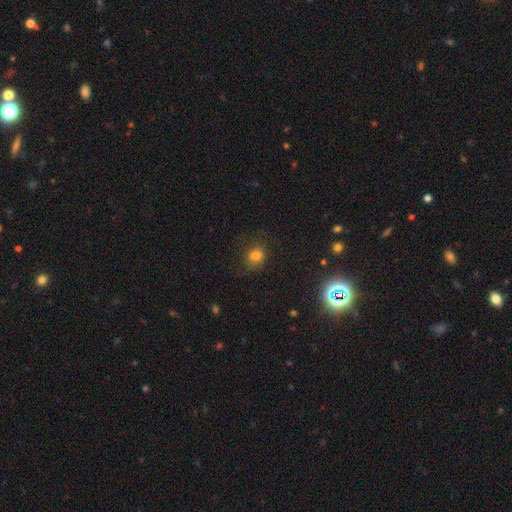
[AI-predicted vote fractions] smooth-or-featured: smooth: 74% | star or artifact: 16% | featured or disk: 10%
  how-rounded: round: 64% | in between: 35% | cigar-shaped: 1%
  merging: none: 69% | minor disturbance: 19% | major disturbance: 11% | merger: 2%